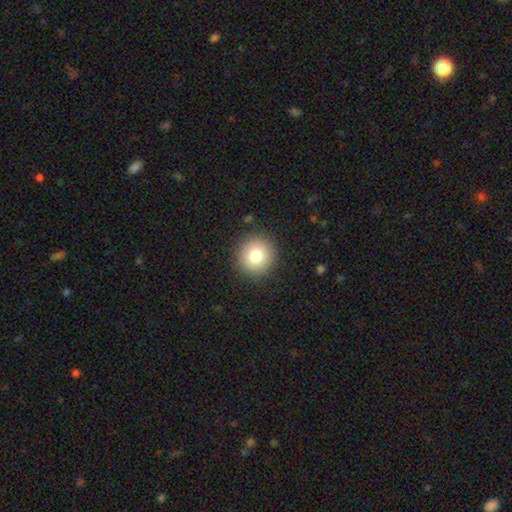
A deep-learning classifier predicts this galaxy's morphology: Smooth or featured? smooth (78%)
How rounded? round (92%)
Merging? none (90%)